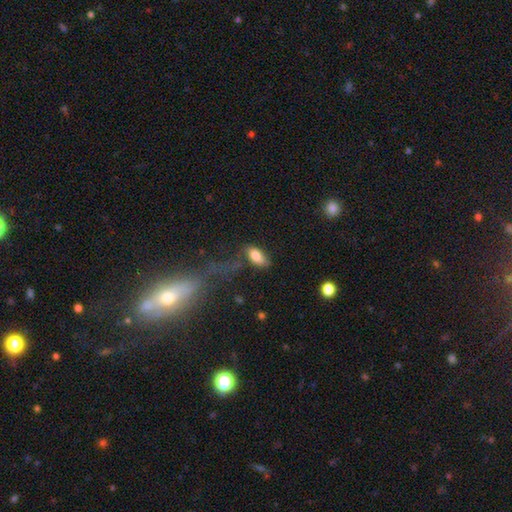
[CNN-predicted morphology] This is clearly a smooth galaxy (82%). How rounded: clearly in between (88%). Merging: likely none (62%).